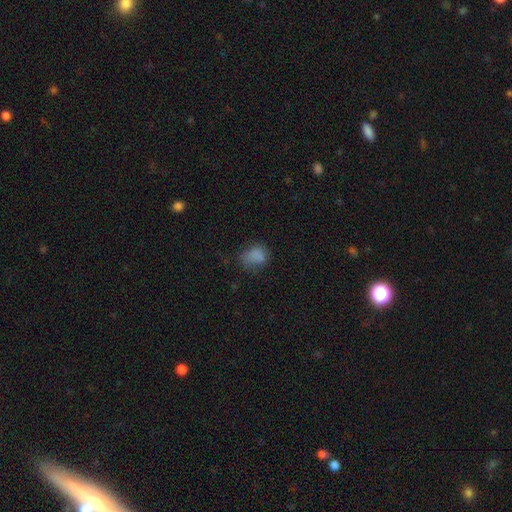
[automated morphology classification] smooth-or-featured: smooth: 78% | star or artifact: 14% | featured or disk: 8%
  how-rounded: in between: 66% | round: 32% | cigar-shaped: 1%
  merging: none: 51% | minor disturbance: 29% | major disturbance: 17% | merger: 3%